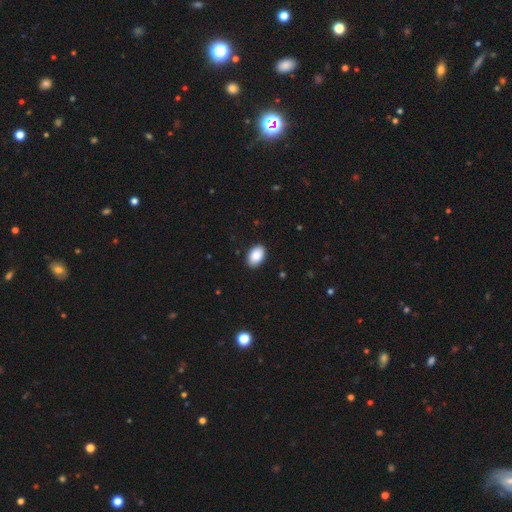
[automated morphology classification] smooth-or-featured: smooth: 88% | star or artifact: 7% | featured or disk: 5%
  how-rounded: in between: 91% | round: 8% | cigar-shaped: 1%
  merging: none: 89% | minor disturbance: 8% | major disturbance: 2% | merger: 1%